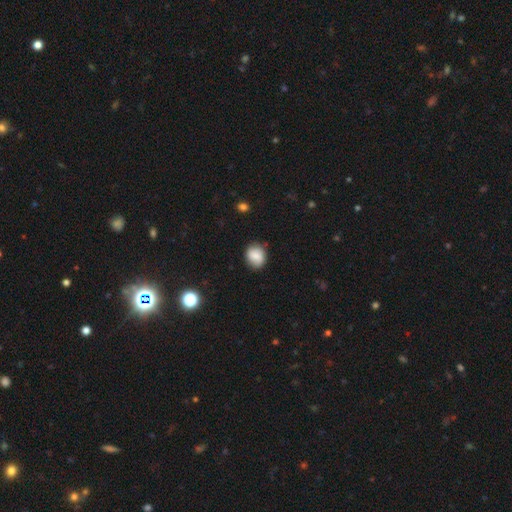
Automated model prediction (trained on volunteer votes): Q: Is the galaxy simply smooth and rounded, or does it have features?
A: smooth — 79%.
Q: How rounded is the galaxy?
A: round — 68%.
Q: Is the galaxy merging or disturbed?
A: none — 80%.